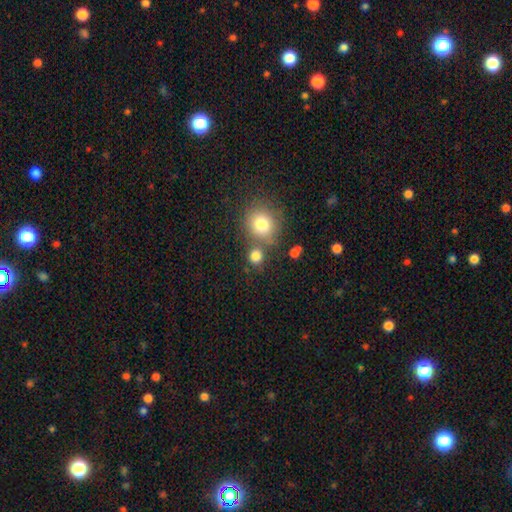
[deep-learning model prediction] Morphology: type=smooth (81%); roundness=round (84%); merging=none (66%).